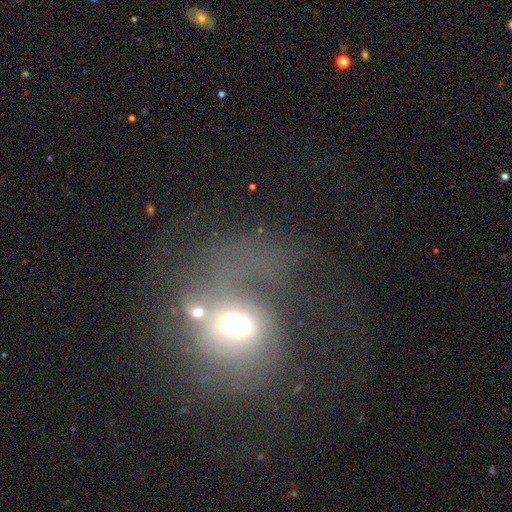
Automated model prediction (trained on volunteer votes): smooth_or_featured: featured or disk (p=0.49) [alt: smooth p=0.33]
merging: major disturbance (p=0.40) [alt: none p=0.32]